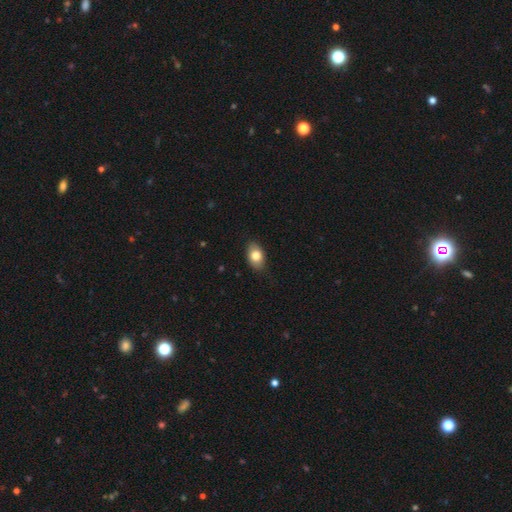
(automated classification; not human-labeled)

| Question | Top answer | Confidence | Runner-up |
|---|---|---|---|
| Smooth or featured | smooth | 80% | featured or disk (13%) |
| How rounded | in between | 87% | round (11%) |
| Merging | none | 84% | minor disturbance (13%) |